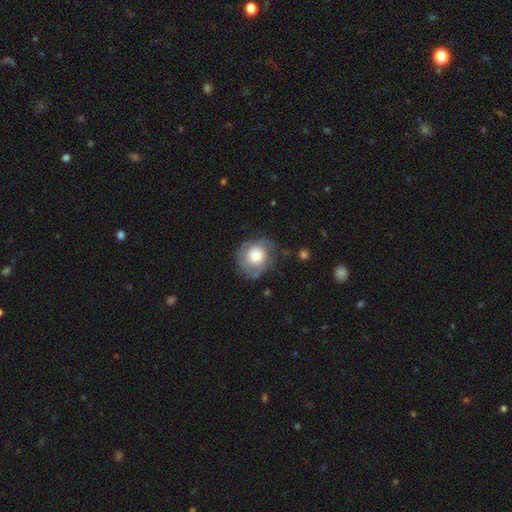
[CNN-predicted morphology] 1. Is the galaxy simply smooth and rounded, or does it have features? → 50% smooth, 43% featured or disk, 7% star or artifact.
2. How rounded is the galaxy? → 79% round, 20% in between, 1% cigar-shaped.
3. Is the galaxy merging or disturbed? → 61% none, 24% minor disturbance, 13% major disturbance, 2% merger.